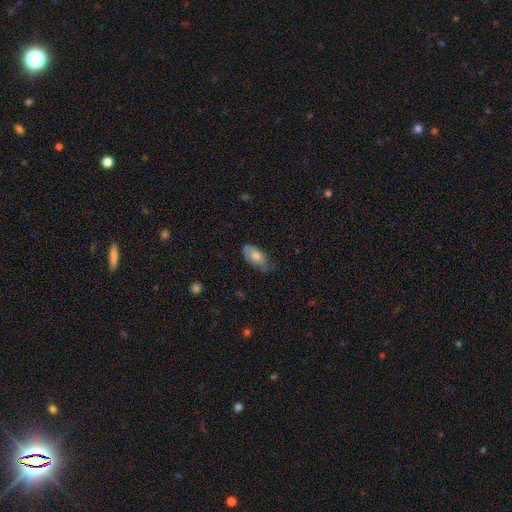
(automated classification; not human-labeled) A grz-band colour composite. It shows a smooth galaxy with no disk features (68%) that is in between round and cigar-shaped (90%). Merging: none (52%).